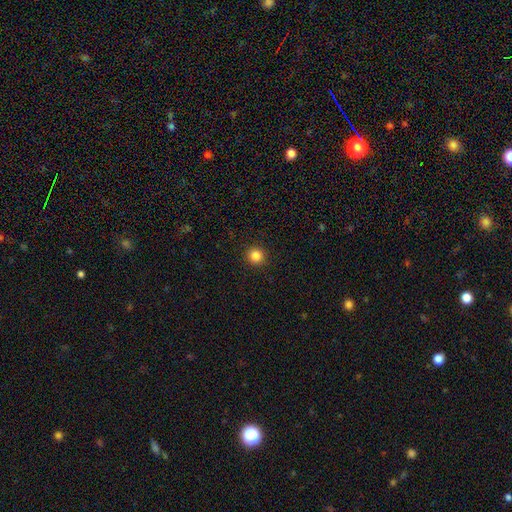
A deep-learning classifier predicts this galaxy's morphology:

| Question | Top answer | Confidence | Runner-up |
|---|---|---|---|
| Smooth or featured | smooth | 84% | star or artifact (12%) |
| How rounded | round | 93% | in between (6%) |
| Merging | none | 92% | minor disturbance (5%) |